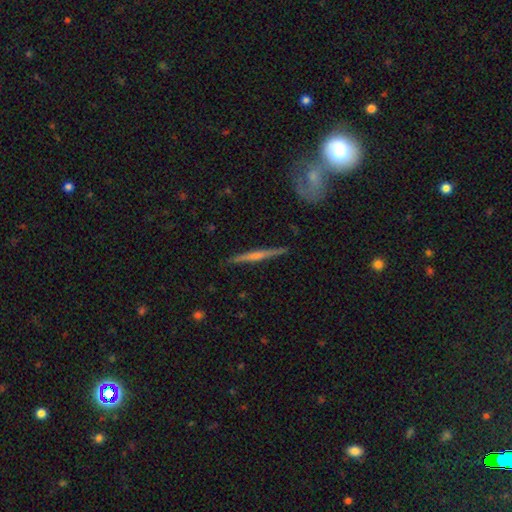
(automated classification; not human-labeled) featured or disk 65%, smooth 30%, star or artifact 6%. Down the decision tree: edge-on disk — yes (97%); edge-on bulge — rounded (50%); merging — none (90%).